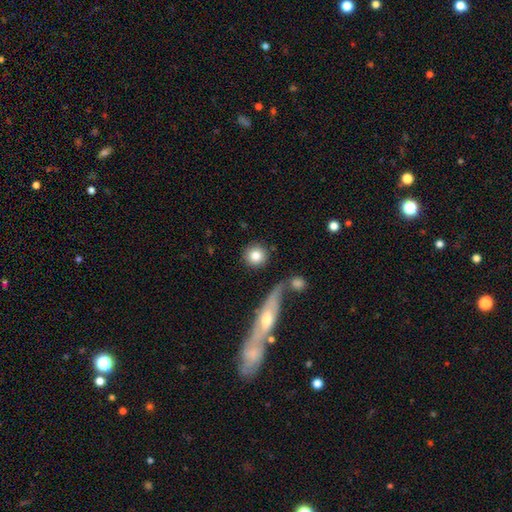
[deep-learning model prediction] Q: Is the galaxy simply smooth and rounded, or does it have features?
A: smooth — 82%.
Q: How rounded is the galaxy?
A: round — 90%.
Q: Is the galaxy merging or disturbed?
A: none — 81%.